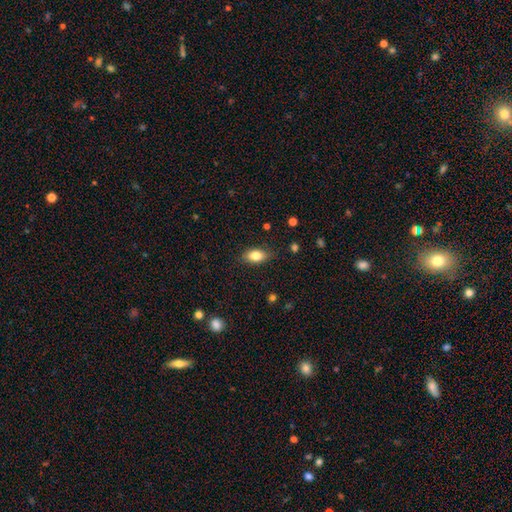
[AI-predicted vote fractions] A smooth galaxy with no disk features (82%) that is in between round and cigar-shaped (87%). Merging: none (81%).